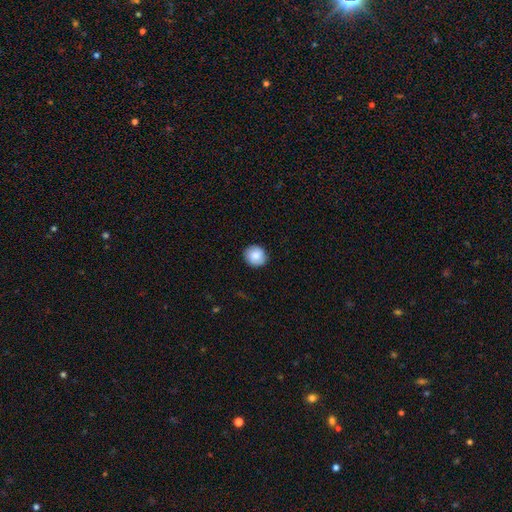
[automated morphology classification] Overall: smooth (84%). How rounded: round (88%). Merging: none (89%).